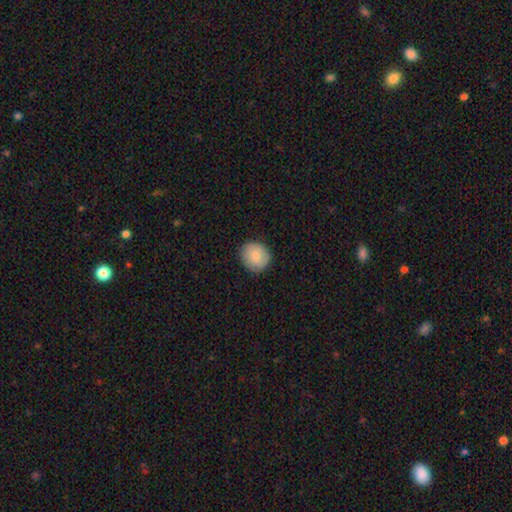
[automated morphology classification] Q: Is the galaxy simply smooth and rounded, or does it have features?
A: smooth — 85%.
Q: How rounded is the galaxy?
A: round — 80%.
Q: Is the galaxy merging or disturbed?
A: none — 86%.